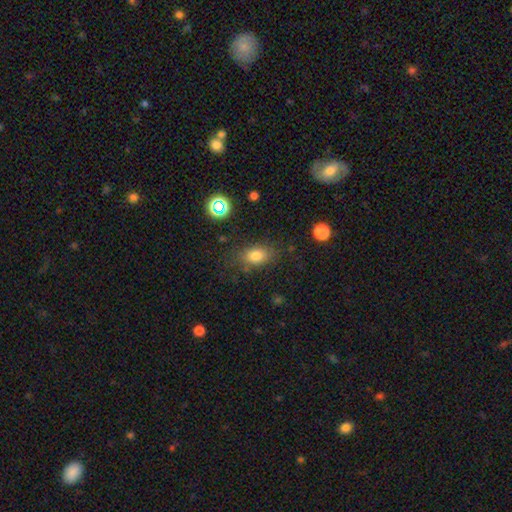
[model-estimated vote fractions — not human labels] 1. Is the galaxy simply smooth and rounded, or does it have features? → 76% smooth, 14% star or artifact, 11% featured or disk.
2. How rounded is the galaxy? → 79% in between, 18% round, 3% cigar-shaped.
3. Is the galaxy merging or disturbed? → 76% none, 15% minor disturbance, 6% major disturbance, 3% merger.